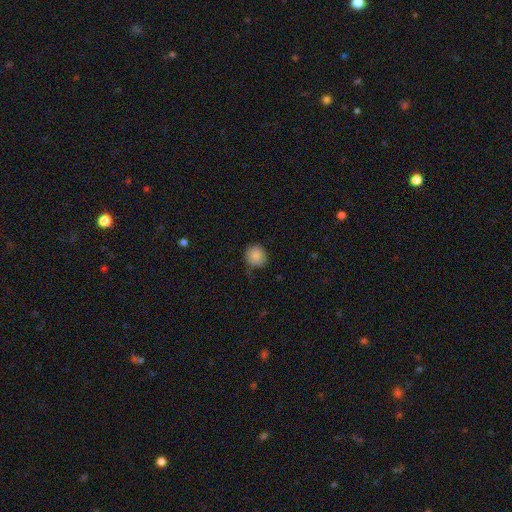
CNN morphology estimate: A smooth galaxy with no disk features (87%) that is round (91%).

Vote fractions:
- Smooth or featured? smooth: 87% / star or artifact: 9% / featured or disk: 4%
- How rounded? round: 91% / in between: 8% / cigar-shaped: 1%
- Merging? none: 74% / minor disturbance: 20% / major disturbance: 4% / merger: 1%